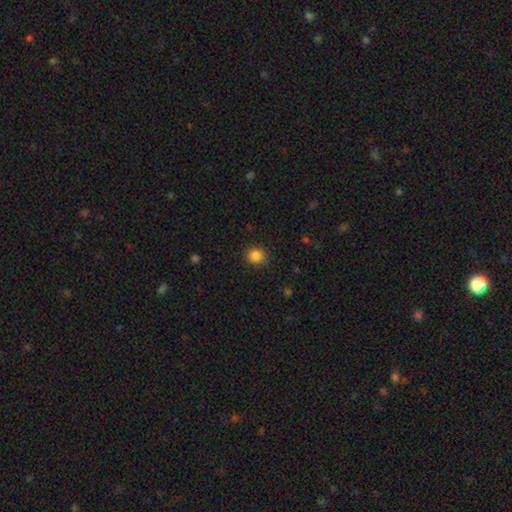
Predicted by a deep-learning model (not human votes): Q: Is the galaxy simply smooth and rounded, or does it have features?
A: smooth — 85%.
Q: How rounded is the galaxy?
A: round — 87%.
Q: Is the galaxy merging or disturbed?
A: none — 90%.